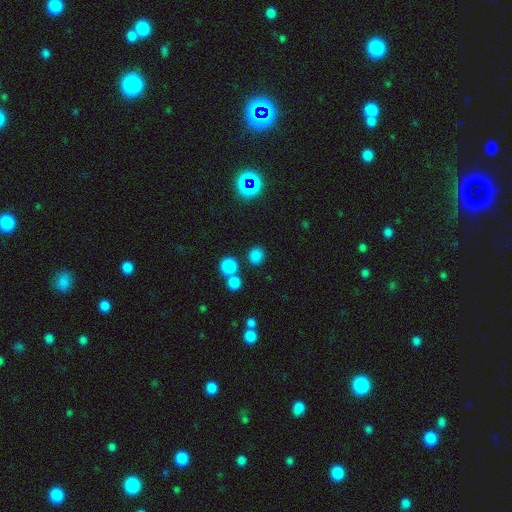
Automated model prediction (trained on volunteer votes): Smooth or featured? Predicted: smooth (p=0.77). How rounded? Predicted: round (p=0.83). Merging? Predicted: none (p=0.76).